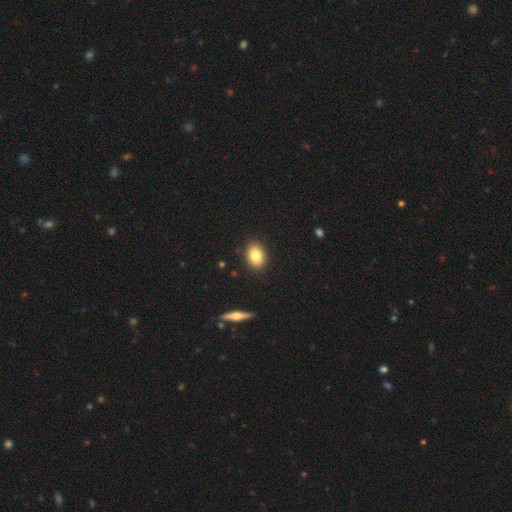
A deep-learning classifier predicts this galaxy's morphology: This is clearly a smooth galaxy (81%). How rounded: likely in between (74%). Merging: clearly none (90%).